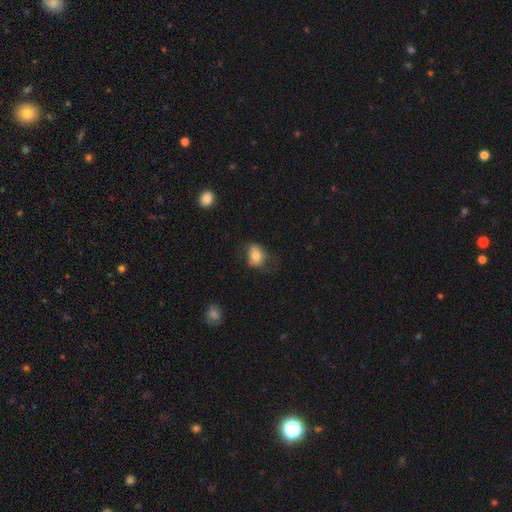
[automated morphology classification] Smooth or featured? Predicted: smooth (p=0.70). How rounded? Predicted: in between (p=0.66). Merging? Predicted: none (p=0.45).